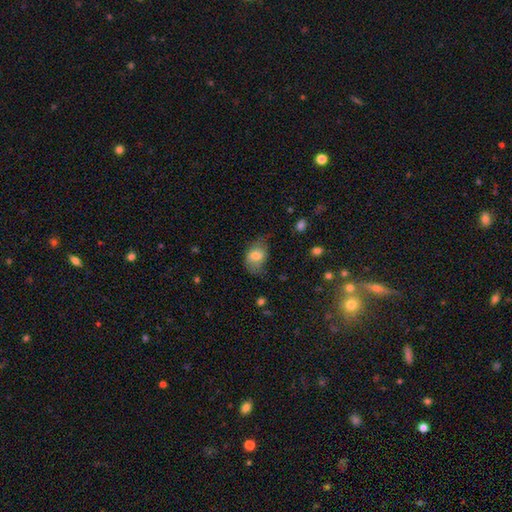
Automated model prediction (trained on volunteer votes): Smooth or featured? smooth (69%)
How rounded? in between (74%)
Merging? none (51%)